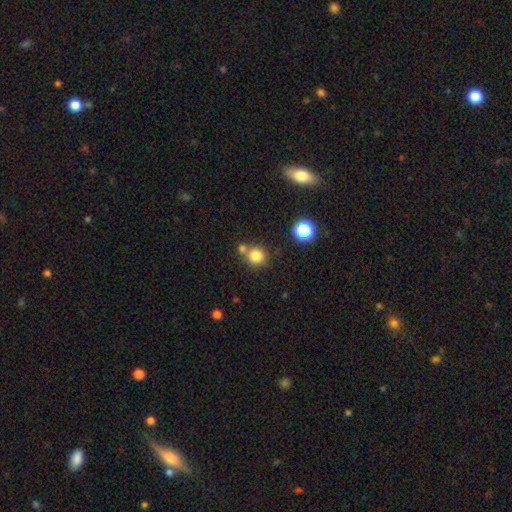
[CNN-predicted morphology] A smooth galaxy with no disk features (81%) that is round (88%). Merging: none (65%).